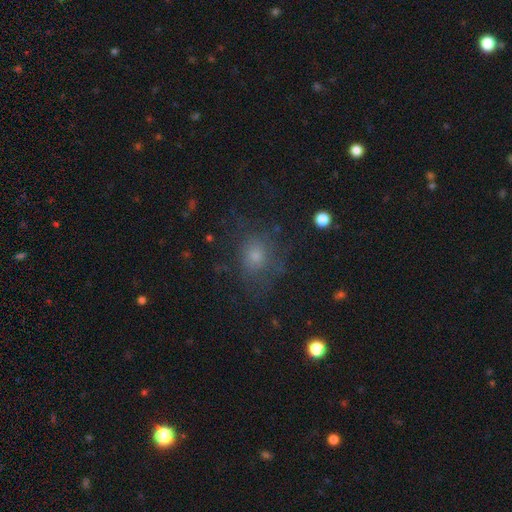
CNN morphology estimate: smooth-or-featured: smooth: 64% | featured or disk: 19% | star or artifact: 17%
  how-rounded: round: 65% | in between: 34% | cigar-shaped: 1%
  merging: none: 62% | minor disturbance: 20% | major disturbance: 16% | merger: 2%